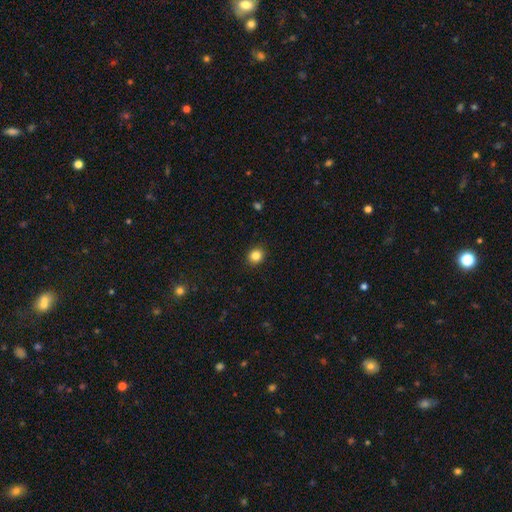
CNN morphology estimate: type=smooth (84%); roundness=round (77%); merging=none (91%).